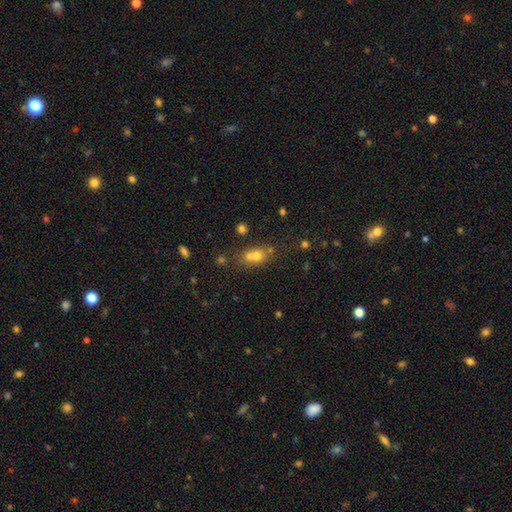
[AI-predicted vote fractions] Q: Smooth or featured?
A: smooth (61%); runner-up: star or artifact (21%)
Q: How rounded?
A: round (64%); runner-up: in between (33%)
Q: Merging?
A: merger (48%); runner-up: none (39%)